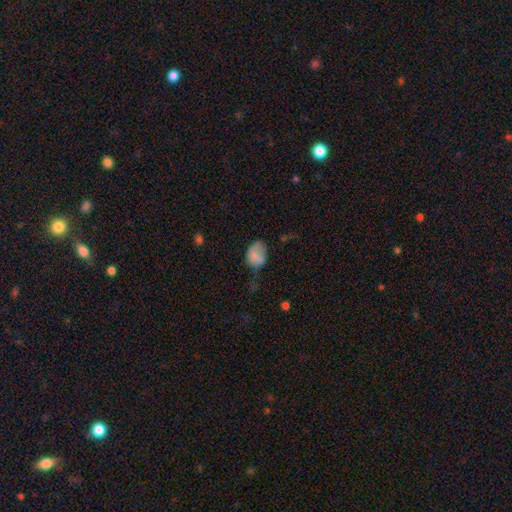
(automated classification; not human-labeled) Overall: smooth (76%). How rounded: in between (72%). Merging: none (36%; minor disturbance 34%).